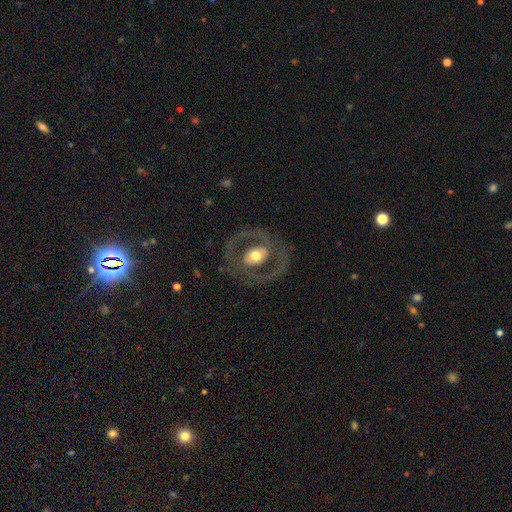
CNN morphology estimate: Smooth or featured? Predicted: featured or disk (p=0.68). Edge-on disk? Predicted: no (p=0.95). Bar? Predicted: no (p=0.62). Spiral arms? Predicted: no (p=0.61). Bulge size? Predicted: moderate (p=0.64). Merging? Predicted: none (p=0.77).